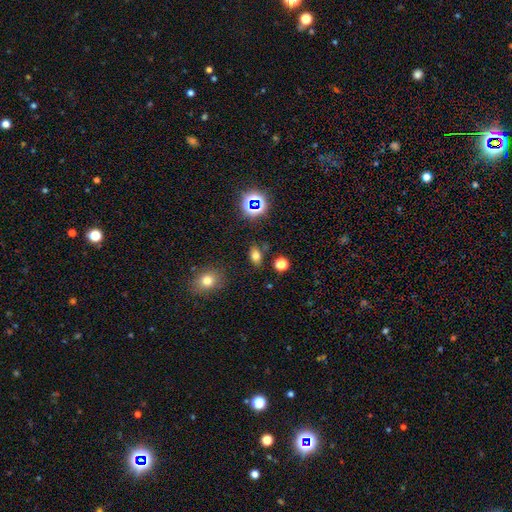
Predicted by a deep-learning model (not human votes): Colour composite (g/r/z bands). It shows a smooth galaxy with no disk features (72%) that is in between round and cigar-shaped (80%). Merging: none (81%).